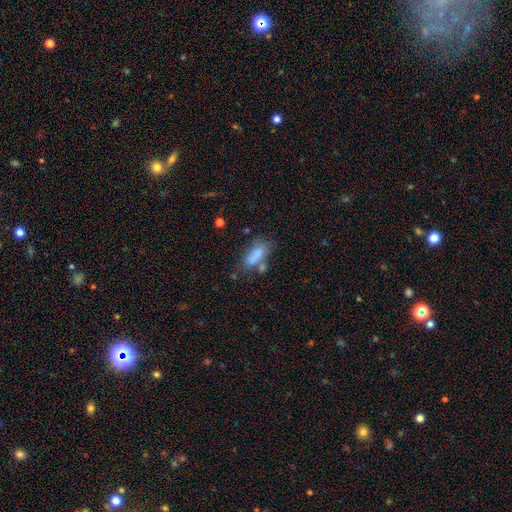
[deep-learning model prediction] Smooth or featured? Predicted: smooth (p=0.76). How rounded? Predicted: in between (p=0.83). Merging? Predicted: none (p=0.42).